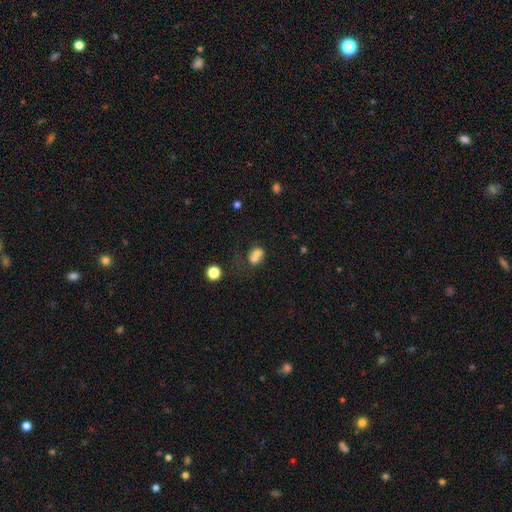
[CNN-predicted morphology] This appears to be a smooth galaxy with no disk features (68%) that is round (51%). Merging: merger (61%).